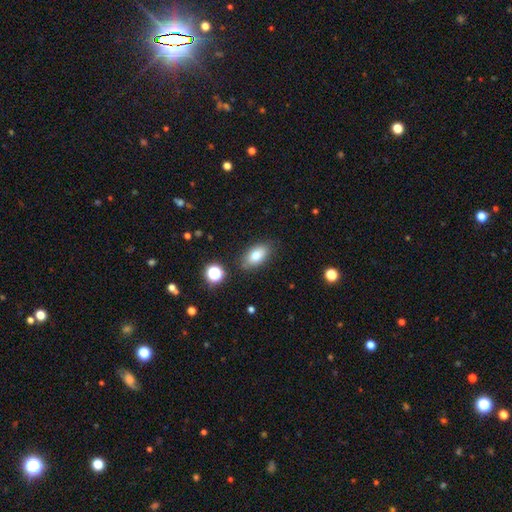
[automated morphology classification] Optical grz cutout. It shows a smooth galaxy with no disk features (78%) that is in between round and cigar-shaped (89%). Merging: none (83%).